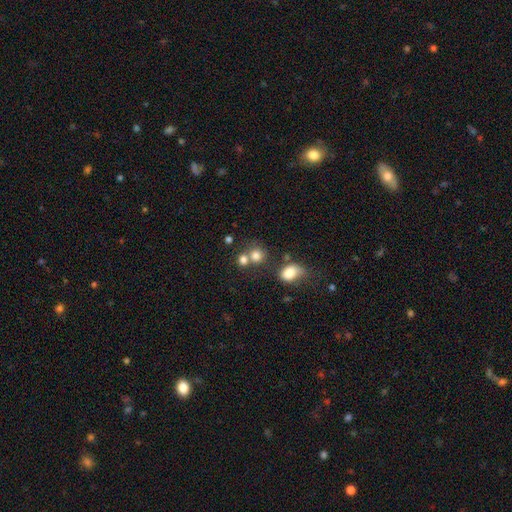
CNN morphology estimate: Smooth or featured? Predicted: smooth (p=0.78). How rounded? Predicted: round (p=0.80). Merging? Predicted: none (p=0.50).